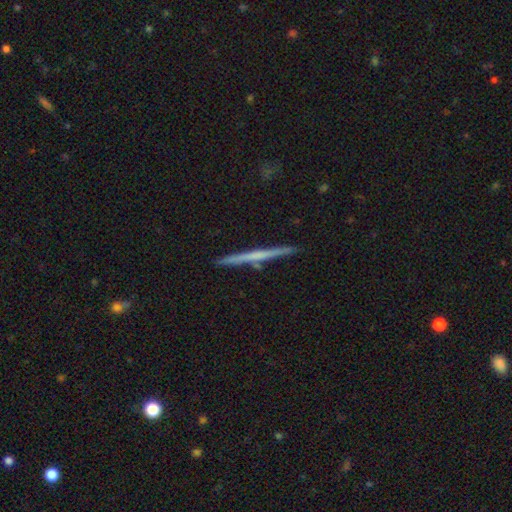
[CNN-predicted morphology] Smooth or featured? Predicted: featured or disk (p=0.54). Edge-on disk? Predicted: yes (p=0.98). Edge-on bulge? Predicted: none (p=0.81). Merging? Predicted: none (p=0.90).